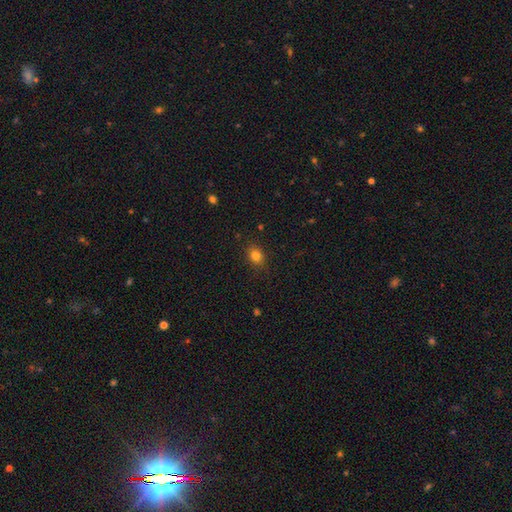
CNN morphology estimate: Q: Smooth or featured?
A: smooth (81%); runner-up: star or artifact (13%)
Q: How rounded?
A: in between (51%); runner-up: round (48%)
Q: Merging?
A: none (87%); runner-up: minor disturbance (10%)